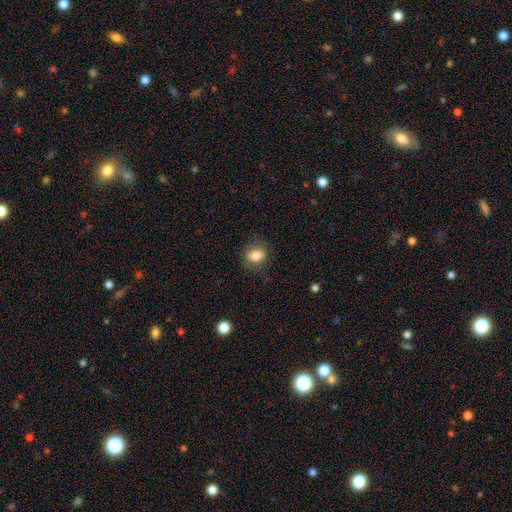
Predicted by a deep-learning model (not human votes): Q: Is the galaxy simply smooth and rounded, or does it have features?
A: smooth — 79%.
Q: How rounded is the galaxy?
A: in between — 53%.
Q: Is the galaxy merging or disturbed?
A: none — 78%.